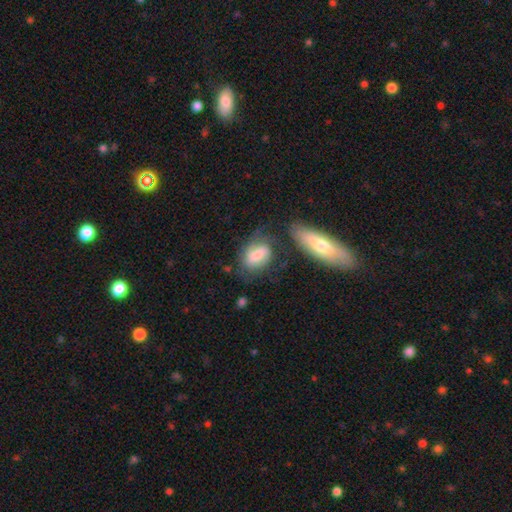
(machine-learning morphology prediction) type=smooth (58%); roundness=in between (78%); merging=none (51%).